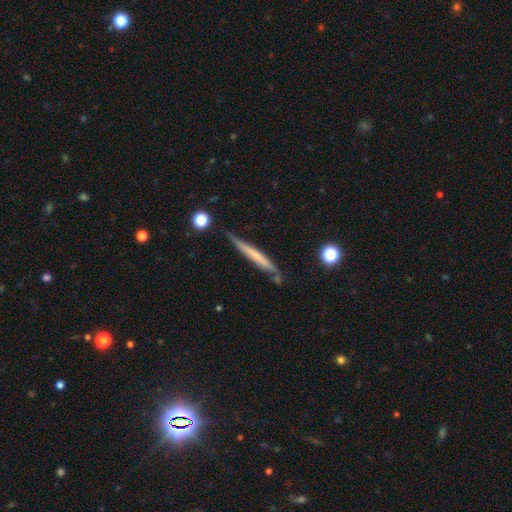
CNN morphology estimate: The model was most divided on "smooth or featured": smooth: 50%, featured or disk: 45%, star or artifact: 6%. More confident: merging — none (75%).